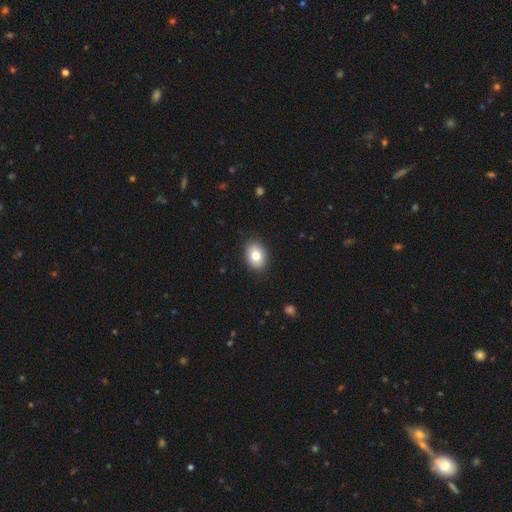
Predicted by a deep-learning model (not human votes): Smooth or featured? smooth (81%)
How rounded? in between (72%)
Merging? none (89%)